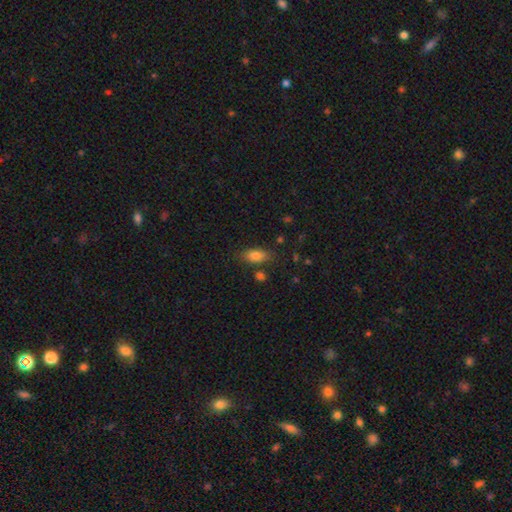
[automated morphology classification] type=smooth (80%); roundness=in between (83%); merging=none (76%).